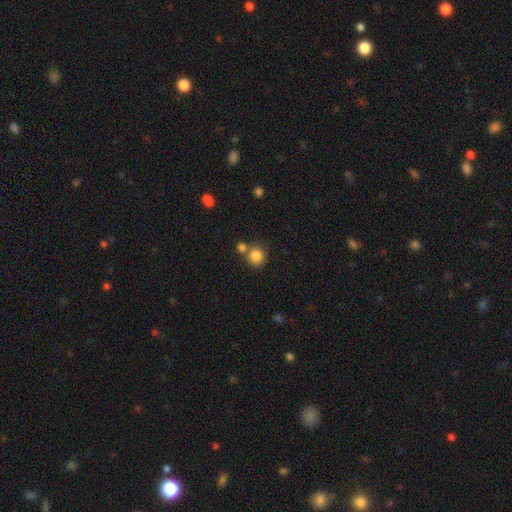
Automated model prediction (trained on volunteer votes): This is clearly a smooth galaxy (84%). How rounded: clearly round (91%). Merging: likely none (62%).